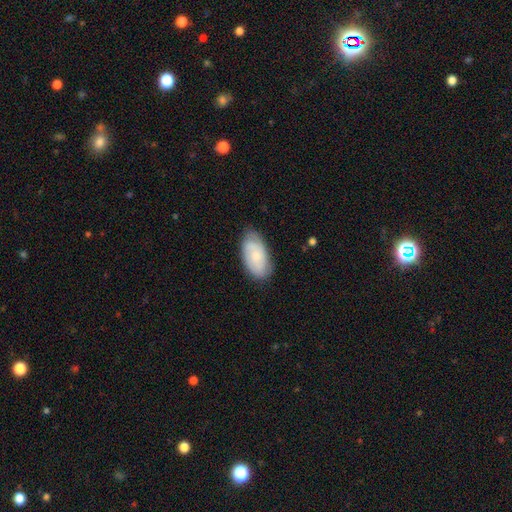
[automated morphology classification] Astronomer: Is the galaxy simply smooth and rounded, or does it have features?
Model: smooth — 58% (runner-up: featured or disk, 35%).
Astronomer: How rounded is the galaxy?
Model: in between — 94%.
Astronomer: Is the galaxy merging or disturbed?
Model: none — 75%.